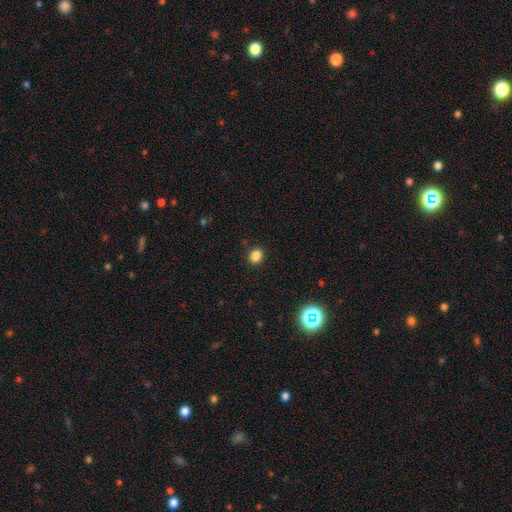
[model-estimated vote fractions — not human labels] Morphology: type=smooth (84%); roundness=round (76%); merging=none (90%).